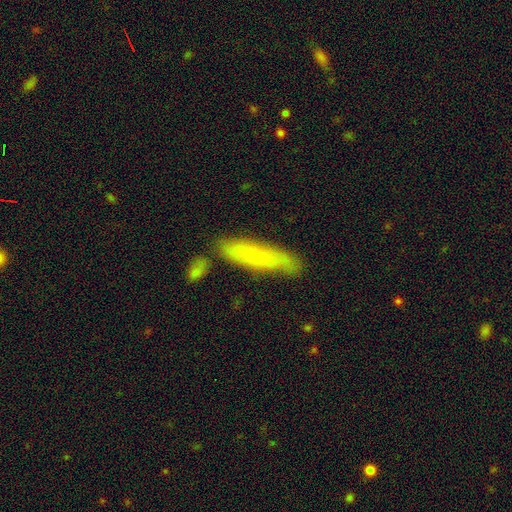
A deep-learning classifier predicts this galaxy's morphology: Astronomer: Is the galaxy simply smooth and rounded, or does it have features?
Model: smooth — 65%.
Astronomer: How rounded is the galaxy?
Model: cigar-shaped — 80%.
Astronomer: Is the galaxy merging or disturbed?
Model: none — 75%.